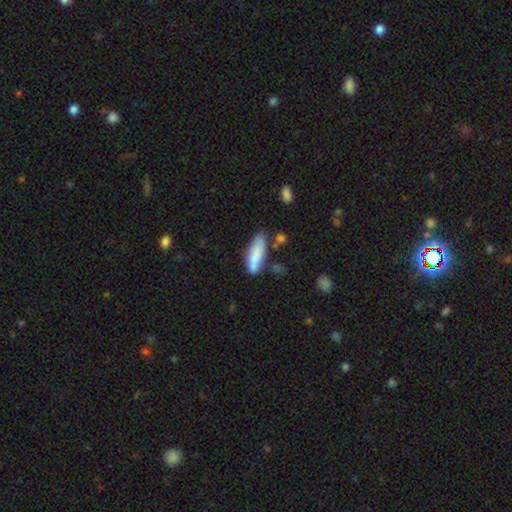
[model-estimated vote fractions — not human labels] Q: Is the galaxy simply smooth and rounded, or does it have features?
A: smooth — 78%.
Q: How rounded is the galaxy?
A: in between — 50%.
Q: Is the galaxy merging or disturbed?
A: none — 53%.